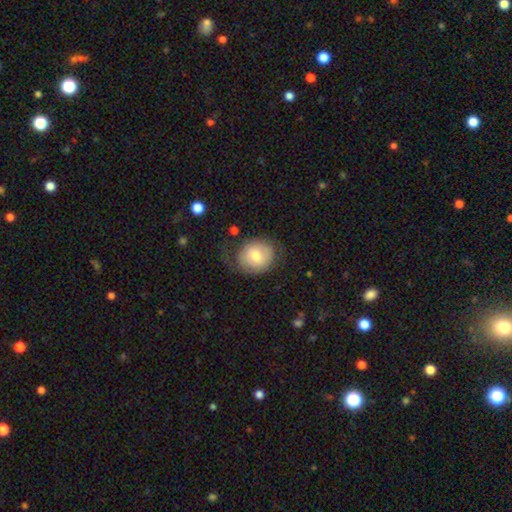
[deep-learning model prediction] Q: Smooth or featured?
A: smooth (65%); runner-up: featured or disk (28%)
Q: How rounded?
A: round (70%); runner-up: in between (29%)
Q: Merging?
A: none (61%); runner-up: minor disturbance (22%)